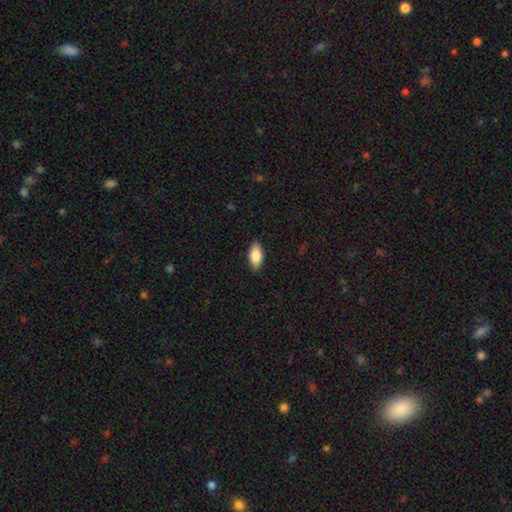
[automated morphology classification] This appears to be a smooth galaxy with no disk features (85%) that is in between round and cigar-shaped (92%). Merging: none (87%).